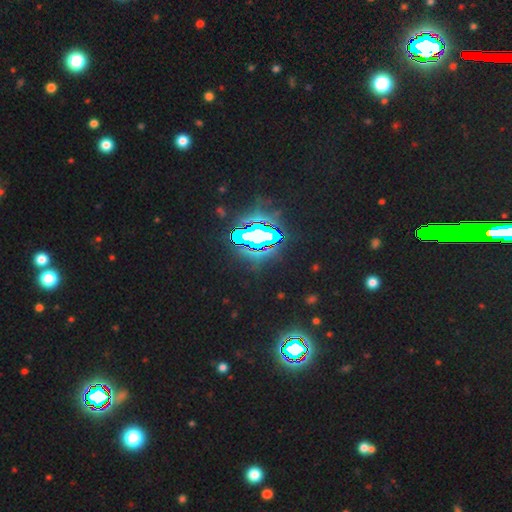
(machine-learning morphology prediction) Smooth or featured? star or artifact (84%)